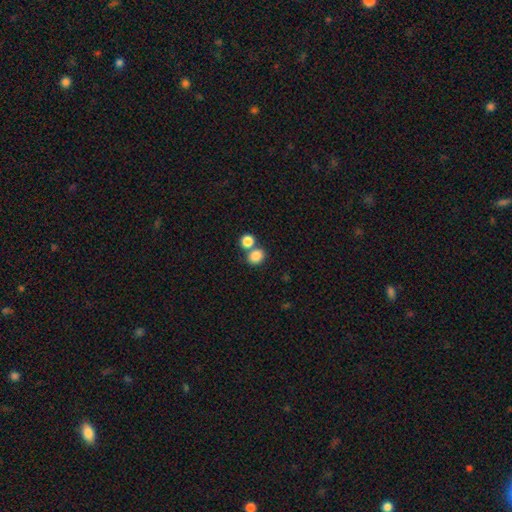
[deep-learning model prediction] This appears to be a smooth galaxy with no disk features (84%) that is round (65%). Merging: none (55%).